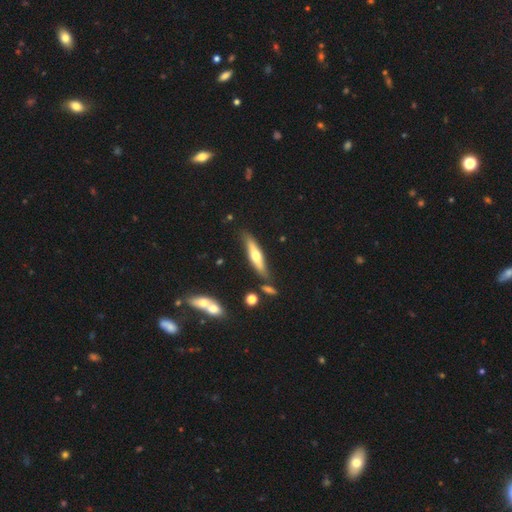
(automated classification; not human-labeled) A featured or disk galaxy (50%). Merging: none (76%).